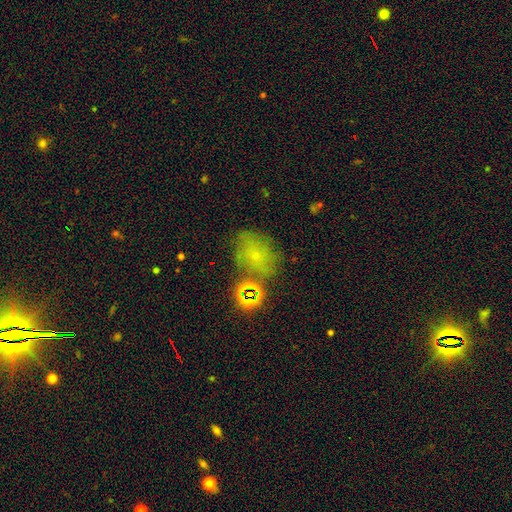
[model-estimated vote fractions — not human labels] Overall: smooth (44%; star or artifact 32%). Merging: none (57%; minor disturbance 18%).